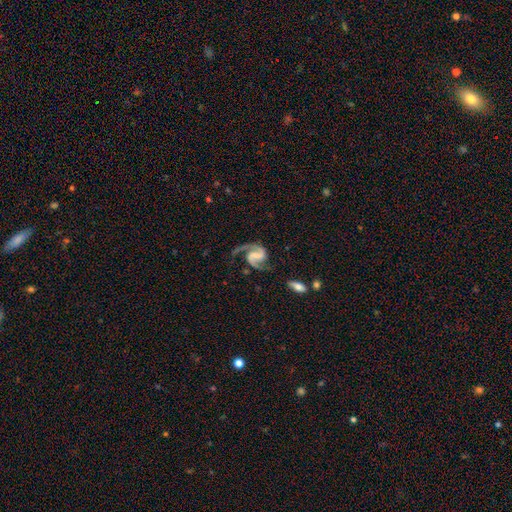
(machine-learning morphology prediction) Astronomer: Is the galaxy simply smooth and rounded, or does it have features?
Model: featured or disk — 92%.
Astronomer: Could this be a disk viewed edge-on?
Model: no — 98%.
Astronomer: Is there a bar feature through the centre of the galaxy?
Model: weak — 44% (runner-up: strong, 32%).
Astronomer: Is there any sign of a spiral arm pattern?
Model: yes — 98%.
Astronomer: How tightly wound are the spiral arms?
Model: medium — 59%.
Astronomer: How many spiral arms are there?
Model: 2 — 91%.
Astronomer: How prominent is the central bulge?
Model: none — 43% (runner-up: small, 33%).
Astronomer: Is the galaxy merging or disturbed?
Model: none — 67%.